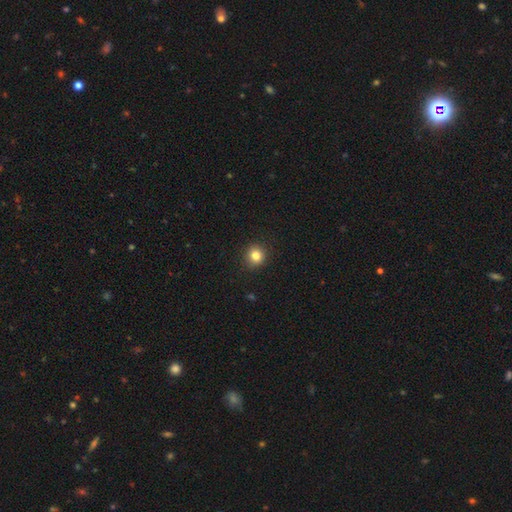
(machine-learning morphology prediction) Smooth or featured? smooth (83%)
How rounded? round (88%)
Merging? none (90%)